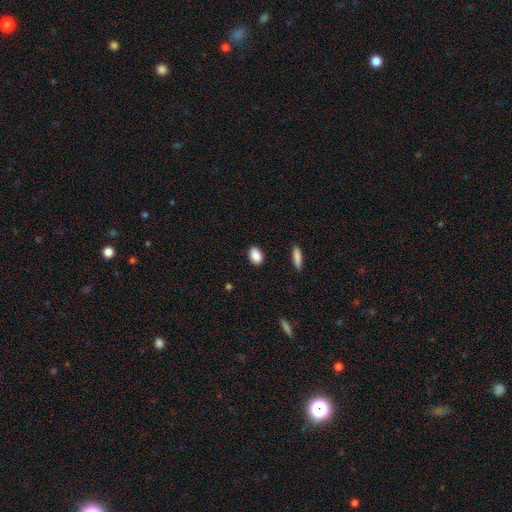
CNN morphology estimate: Smooth or featured: smooth — 89% (star or artifact — 7%)
How rounded: in between — 87% (round — 10%)
Merging: none — 88% (minor disturbance — 8%)